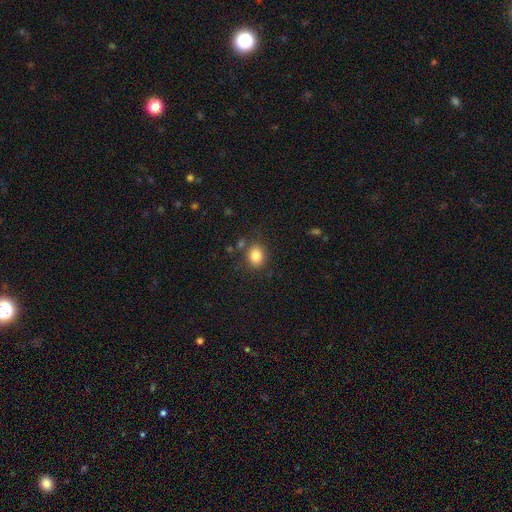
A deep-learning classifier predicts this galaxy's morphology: The model was most divided on "how rounded": round: 53%, in between: 46%, cigar-shaped: 1%. More confident: smooth or featured — smooth (83%); merging — none (78%).